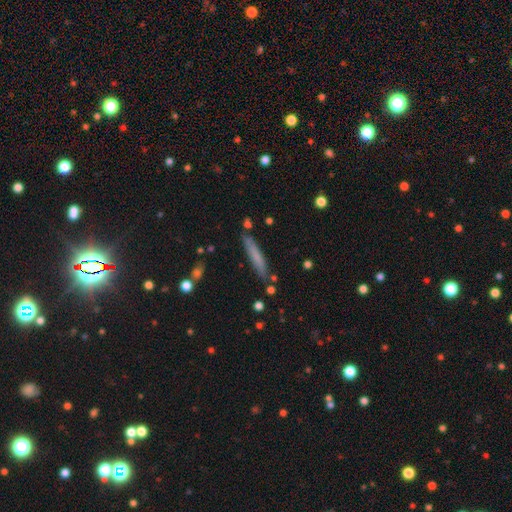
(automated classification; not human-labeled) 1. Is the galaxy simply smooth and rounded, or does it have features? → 67% smooth, 26% featured or disk, 8% star or artifact.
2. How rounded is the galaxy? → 93% cigar-shaped, 6% in between, 1% round.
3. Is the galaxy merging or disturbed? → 81% none, 12% minor disturbance, 4% merger, 3% major disturbance.